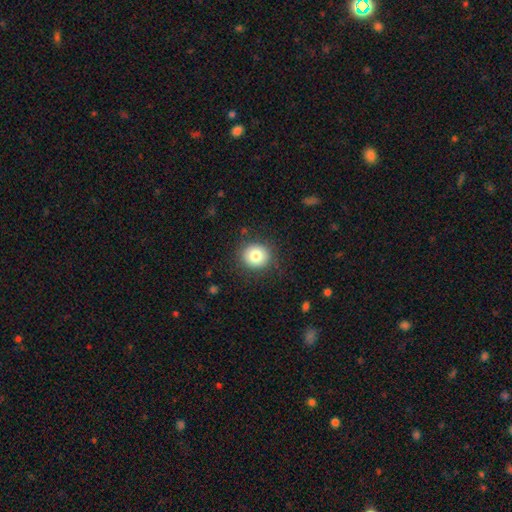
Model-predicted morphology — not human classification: Smooth or featured? Predicted: smooth (p=0.81). How rounded? Predicted: round (p=0.89). Merging? Predicted: none (p=0.88).